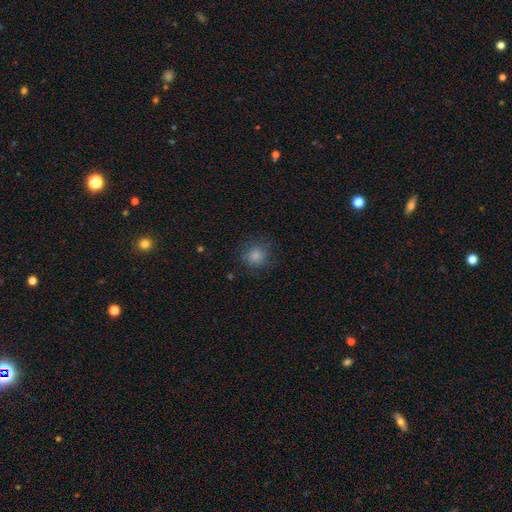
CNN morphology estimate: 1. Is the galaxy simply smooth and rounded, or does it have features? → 83% smooth, 11% star or artifact, 6% featured or disk.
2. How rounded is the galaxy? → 87% round, 12% in between, 1% cigar-shaped.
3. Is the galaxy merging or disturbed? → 80% none, 13% minor disturbance, 5% major disturbance, 1% merger.